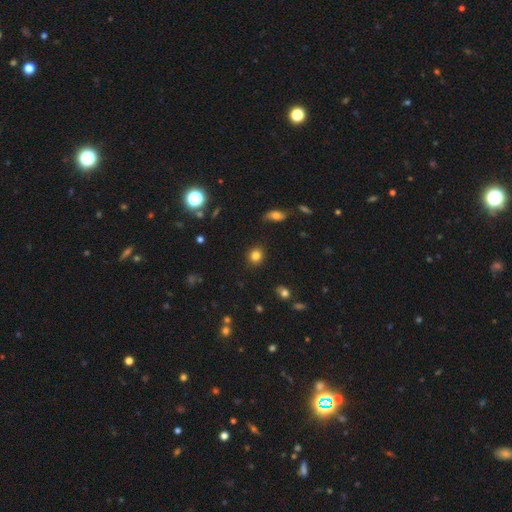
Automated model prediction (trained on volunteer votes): This is clearly a smooth galaxy (83%). How rounded: clearly round (83%). Merging: clearly none (90%).